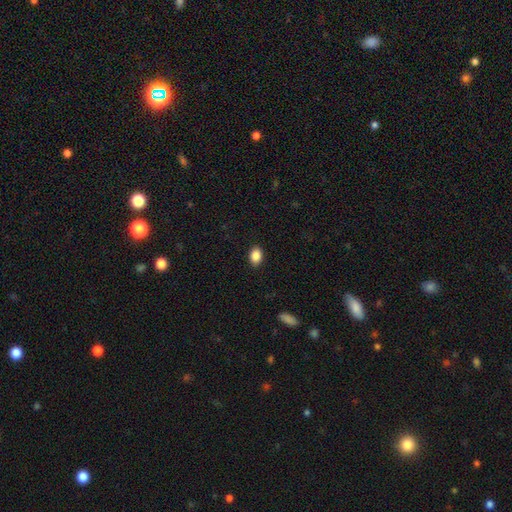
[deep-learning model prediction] This is clearly a smooth galaxy (88%). How rounded: clearly in between (81%). Merging: clearly none (90%).